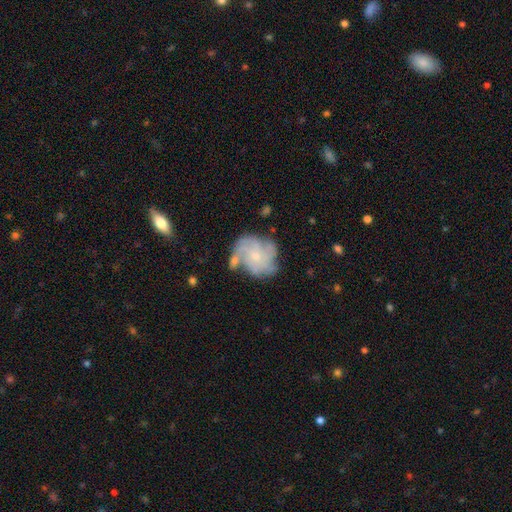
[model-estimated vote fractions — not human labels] Smooth or featured? Predicted: featured or disk (p=0.72). Edge-on disk? Predicted: no (p=0.98). Bar? Predicted: no (p=0.76). Spiral arms? Predicted: yes (p=0.88). Spiral winding? Predicted: tight (p=0.47). Spiral arm count? Predicted: can't tell (p=0.33). Bulge size? Predicted: small (p=0.69). Merging? Predicted: none (p=0.57).